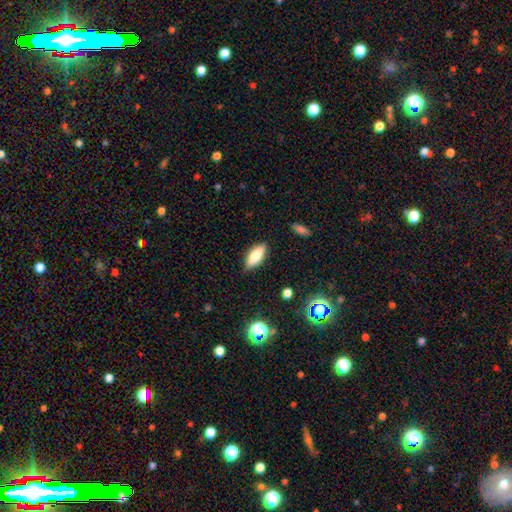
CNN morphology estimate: Smooth or featured? Predicted: smooth (p=0.78). How rounded? Predicted: in between (p=0.79). Merging? Predicted: none (p=0.85).